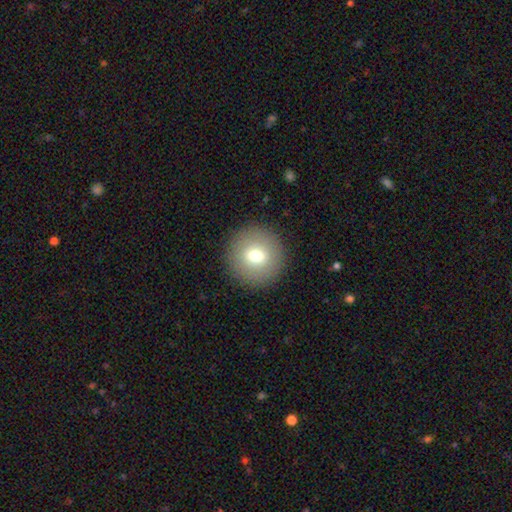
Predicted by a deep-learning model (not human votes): A smooth galaxy with no disk features (71%) that is round (95%). Merging: none (91%).